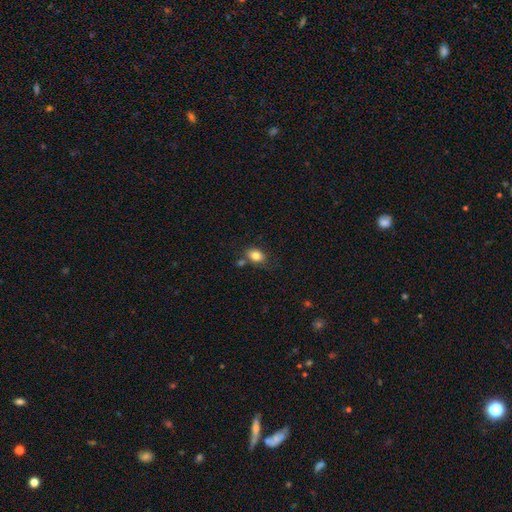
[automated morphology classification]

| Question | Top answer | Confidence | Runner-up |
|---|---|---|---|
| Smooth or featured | smooth | 83% | star or artifact (9%) |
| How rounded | in between | 76% | round (23%) |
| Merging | none | 69% | minor disturbance (15%) |